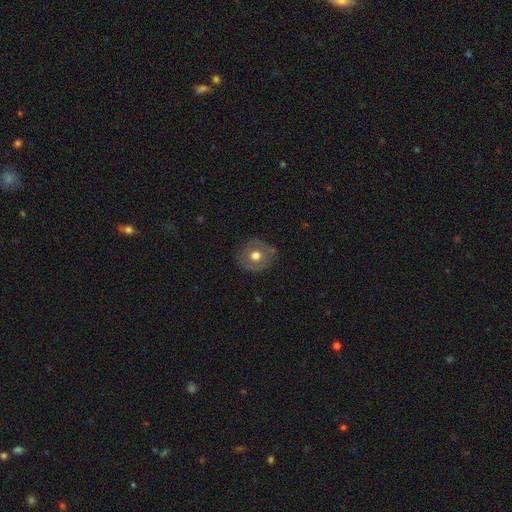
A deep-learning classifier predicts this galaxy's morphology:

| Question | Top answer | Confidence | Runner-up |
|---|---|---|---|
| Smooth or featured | smooth | 52% | featured or disk (41%) |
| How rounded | round | 86% | in between (13%) |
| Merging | none | 79% | minor disturbance (15%) |